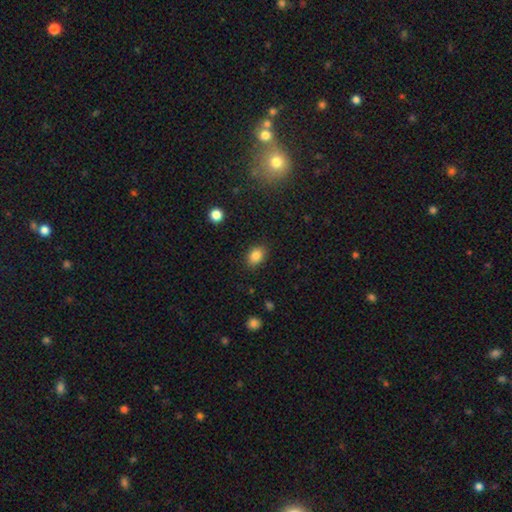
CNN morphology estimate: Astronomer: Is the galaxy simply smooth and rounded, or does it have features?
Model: smooth — 85%.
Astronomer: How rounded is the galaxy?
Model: in between — 74%.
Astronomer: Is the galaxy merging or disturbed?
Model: none — 86%.